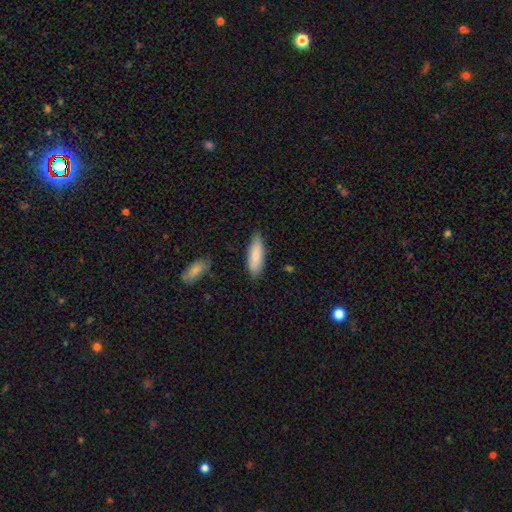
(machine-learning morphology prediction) Smooth or featured? Predicted: smooth (p=0.85). How rounded? Predicted: in between (p=0.52). Merging? Predicted: none (p=0.81).